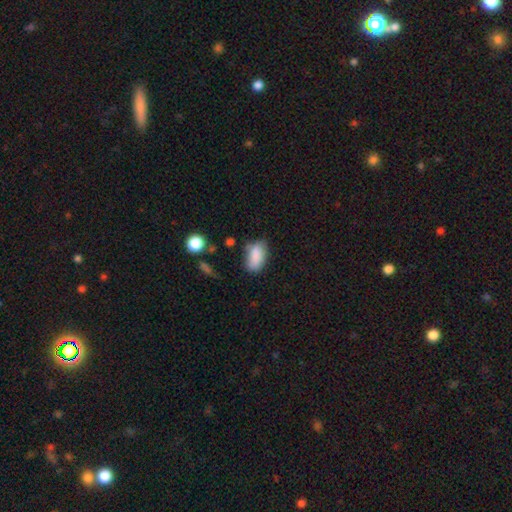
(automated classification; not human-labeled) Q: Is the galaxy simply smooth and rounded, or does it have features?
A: smooth — 85%.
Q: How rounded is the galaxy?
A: in between — 91%.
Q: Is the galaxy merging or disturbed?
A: none — 60%.